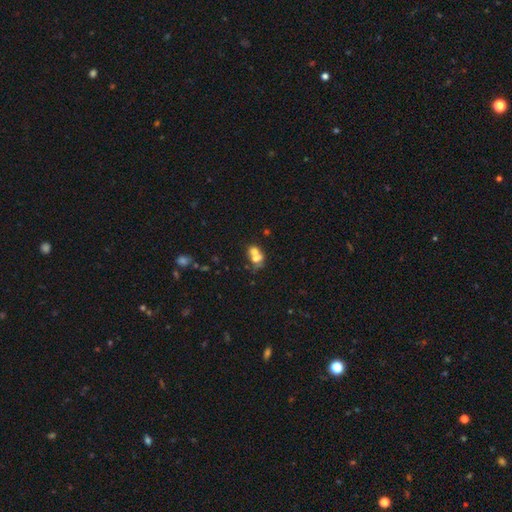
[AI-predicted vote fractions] smooth_or_featured: smooth (p=0.61) [alt: featured or disk p=0.26]
how_rounded: in between (p=0.52) [alt: round p=0.47]
merging: merger (p=0.64) [alt: none p=0.22]